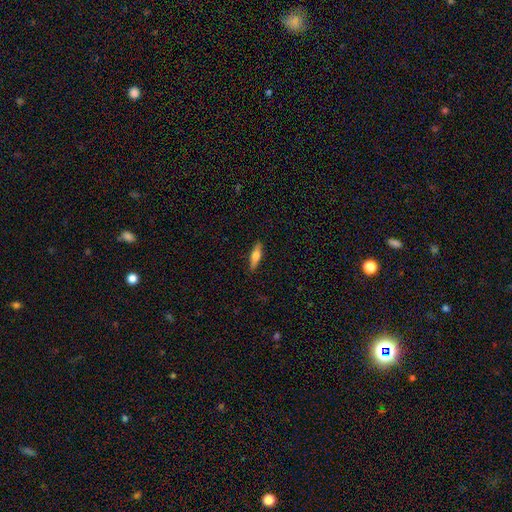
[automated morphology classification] This appears to be a smooth galaxy with no disk features (56%) that is cigar-shaped (59%). Merging: none (87%).